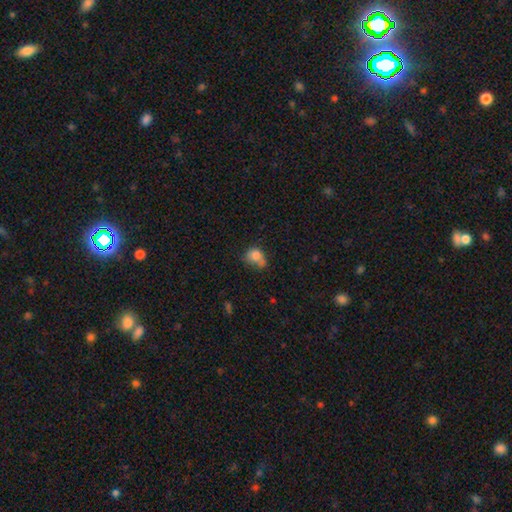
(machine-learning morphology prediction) Q: Smooth or featured?
A: smooth (79%); runner-up: featured or disk (10%)
Q: How rounded?
A: round (63%); runner-up: in between (36%)
Q: Merging?
A: none (36%); runner-up: merger (30%)